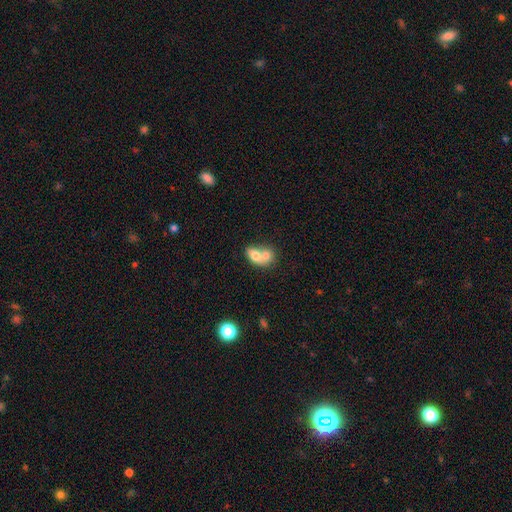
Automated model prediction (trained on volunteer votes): smooth 70%, featured or disk 23%, star or artifact 7%. Down the decision tree: how rounded — in between (74%); merging — merger (75%).